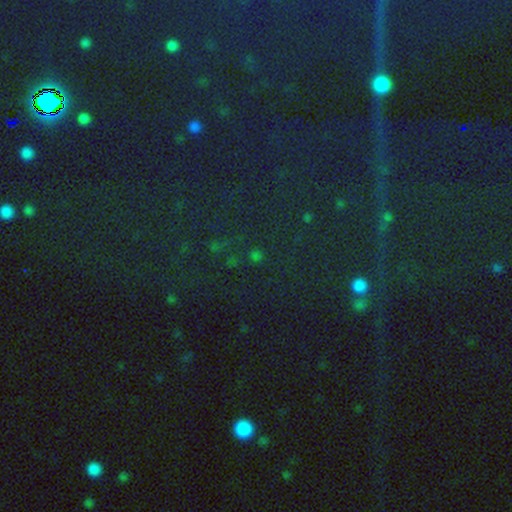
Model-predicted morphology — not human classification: Smooth or featured: star or artifact — 67% (smooth — 25%)